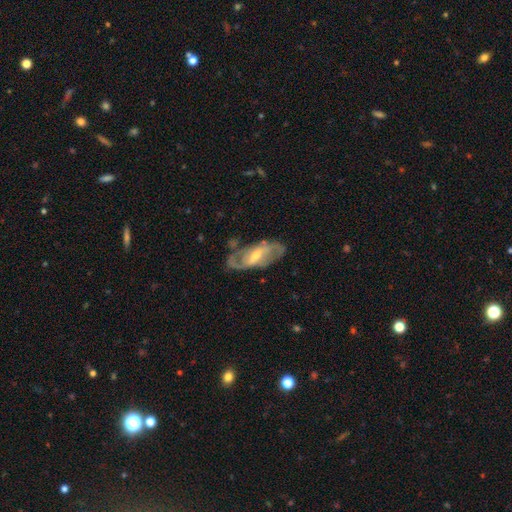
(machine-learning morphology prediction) This is clearly a featured or disk galaxy (81%). It is clearly not viewed edge-on (93%). Bar: possibly weak (46%). Spiral arm pattern: clearly yes (88%). Spiral arm count: likely 2 (78%). Spiral winding: possibly medium (48%). Central bulge: possibly moderate (50%). Merging: likely none (65%).